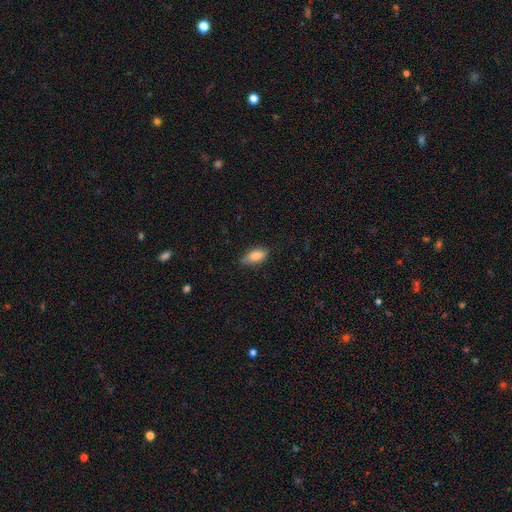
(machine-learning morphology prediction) This is likely a smooth galaxy (80%). How rounded: clearly in between (83%). Merging: likely none (74%).